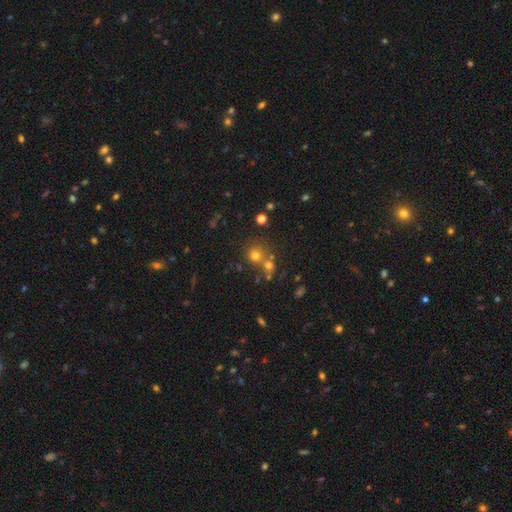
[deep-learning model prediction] Overall: smooth (66%). How rounded: round (89%). Merging: none (60%; merger 28%).